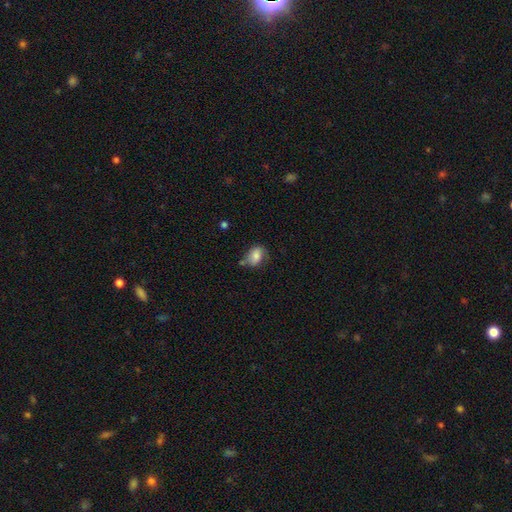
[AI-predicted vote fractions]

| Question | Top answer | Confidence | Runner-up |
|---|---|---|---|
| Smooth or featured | smooth | 73% | featured or disk (18%) |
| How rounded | in between | 72% | round (27%) |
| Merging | none | 50% | minor disturbance (30%) |